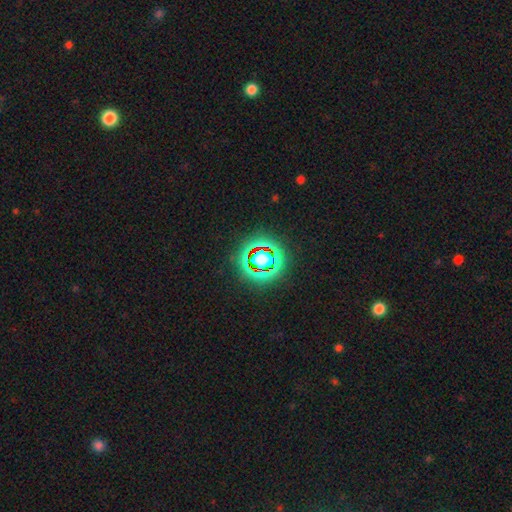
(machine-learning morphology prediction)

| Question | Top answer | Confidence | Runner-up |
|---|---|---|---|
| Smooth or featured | star or artifact | 78% | smooth (13%) |